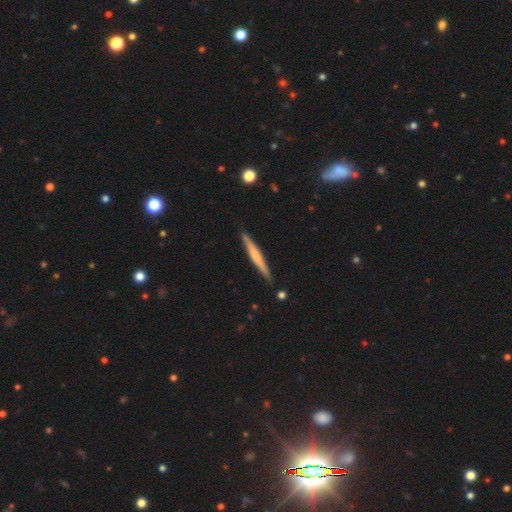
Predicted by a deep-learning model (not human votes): Smooth or featured? Predicted: featured or disk (p=0.49). Merging? Predicted: none (p=0.90).